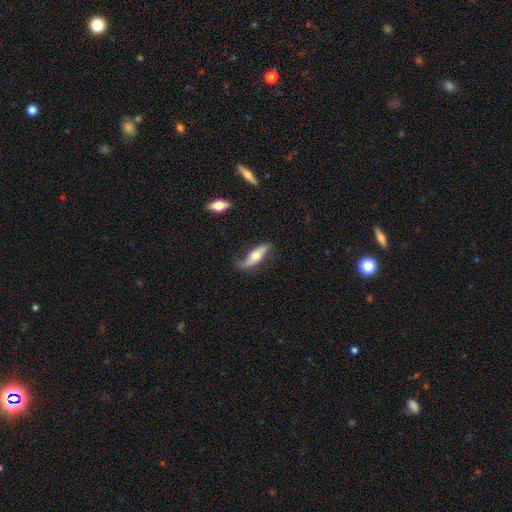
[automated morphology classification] This is possibly a featured or disk galaxy (58%). It is possibly not viewed edge-on (56%). Merging: possibly none (57%).